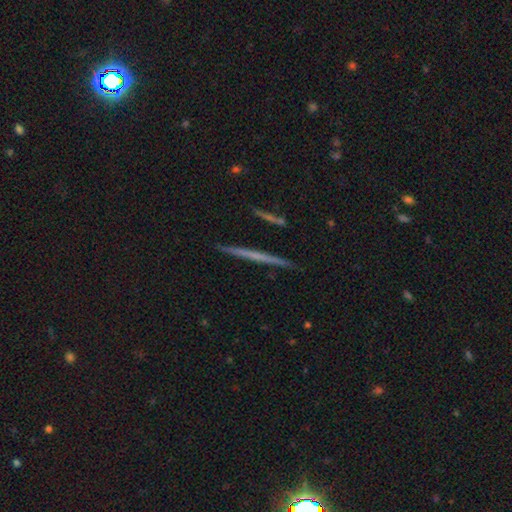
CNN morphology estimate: Q: Smooth or featured?
A: featured or disk (62%); runner-up: smooth (31%)
Q: Edge-on disk?
A: yes (98%); runner-up: no (2%)
Q: Edge-on bulge?
A: none (84%); runner-up: rounded (12%)
Q: Merging?
A: none (92%); runner-up: minor disturbance (5%)